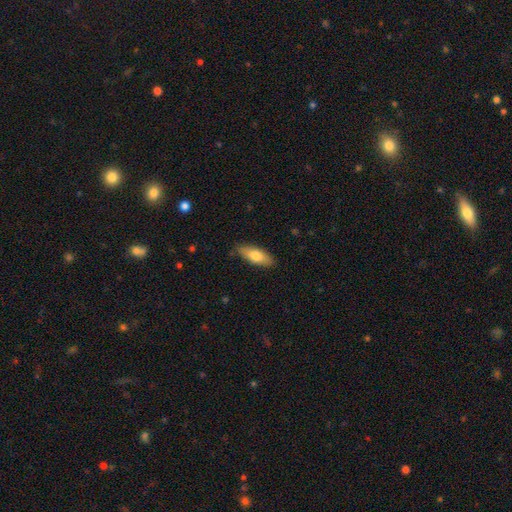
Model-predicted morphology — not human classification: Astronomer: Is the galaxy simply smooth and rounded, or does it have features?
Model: smooth — 74%.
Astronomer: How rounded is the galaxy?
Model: in between — 73%.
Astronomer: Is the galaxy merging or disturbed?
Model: none — 85%.